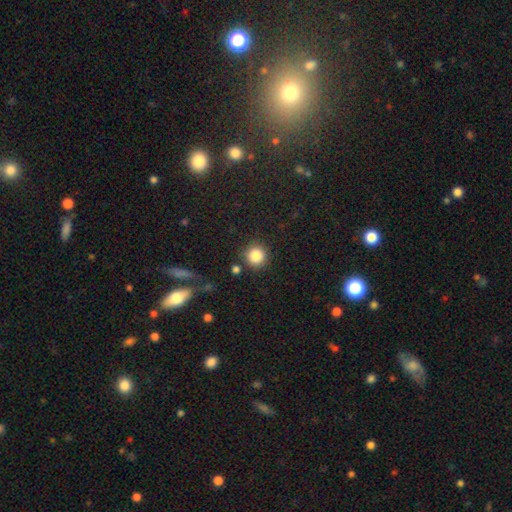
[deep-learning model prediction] A smooth galaxy with no disk features (85%) that is round (92%).

Vote fractions:
- Smooth or featured? smooth: 85% / star or artifact: 10% / featured or disk: 4%
- How rounded? round: 92% / in between: 7% / cigar-shaped: 1%
- Merging? none: 84% / minor disturbance: 9% / merger: 4% / major disturbance: 3%